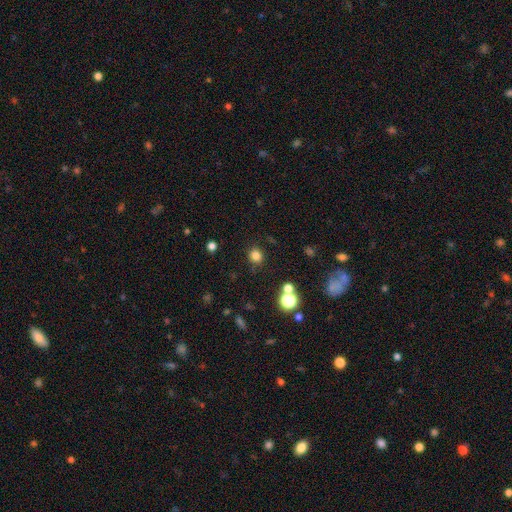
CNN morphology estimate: Smooth or featured: smooth — 80% (star or artifact — 16%)
How rounded: round — 83% (in between — 16%)
Merging: none — 85% (minor disturbance — 9%)